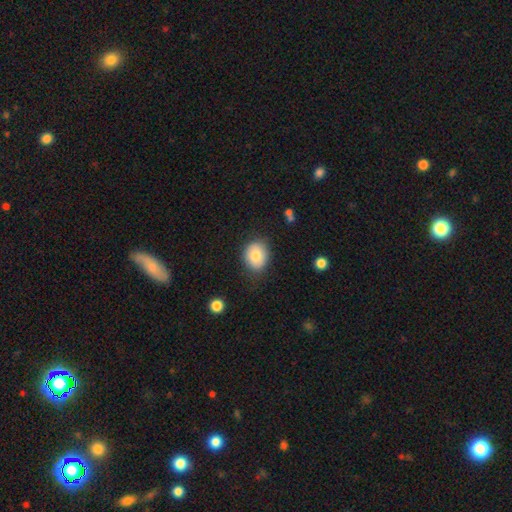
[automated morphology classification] A smooth galaxy with no disk features (78%) that is round (64%).

Vote fractions:
- Smooth or featured? smooth: 78% / featured or disk: 14% / star or artifact: 8%
- How rounded? round: 64% / in between: 35% / cigar-shaped: 1%
- Merging? none: 81% / minor disturbance: 14% / major disturbance: 3% / merger: 2%